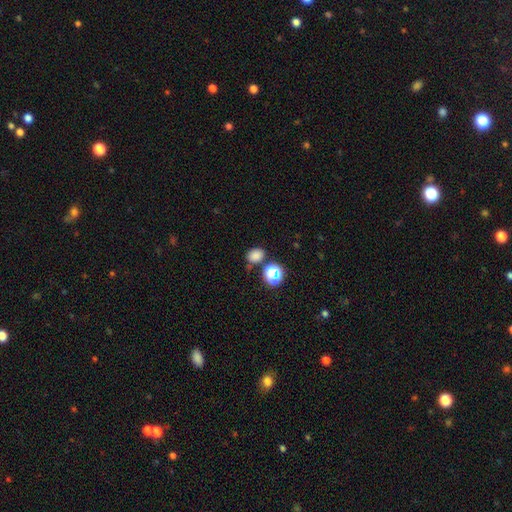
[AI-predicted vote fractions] Smooth or featured: smooth — 77% (star or artifact — 18%)
How rounded: in between — 53% (round — 46%)
Merging: none — 71% (minor disturbance — 13%)